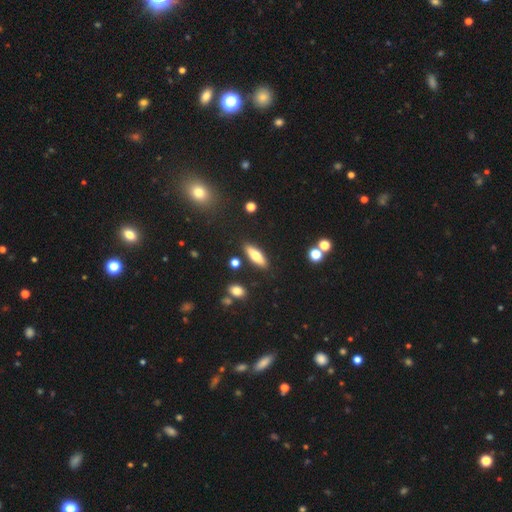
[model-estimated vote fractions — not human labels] A smooth galaxy with no disk features (64%) that is in between round and cigar-shaped (49%, tied with cigar-shaped). Merging: none (84%).